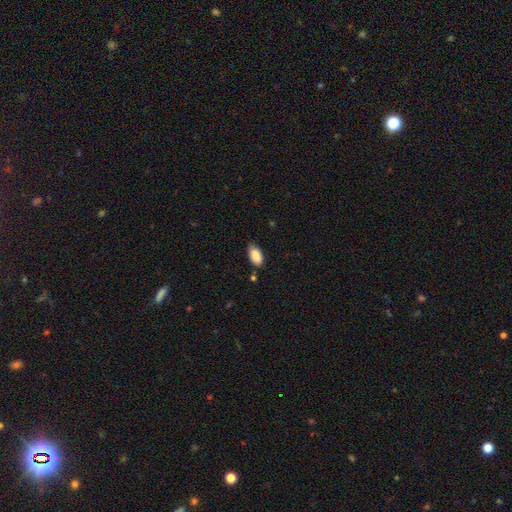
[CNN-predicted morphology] The model was most divided on "merging": none: 69%, minor disturbance: 25%, major disturbance: 4%, merger: 2%. More confident: how rounded — in between (93%); smooth or featured — smooth (89%).